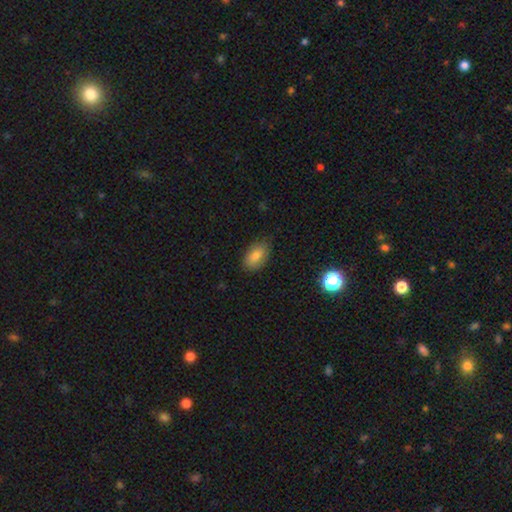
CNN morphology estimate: smooth-or-featured: smooth: 81% | featured or disk: 11% | star or artifact: 8%
  how-rounded: in between: 91% | round: 6% | cigar-shaped: 3%
  merging: none: 80% | minor disturbance: 16% | major disturbance: 3% | merger: 1%